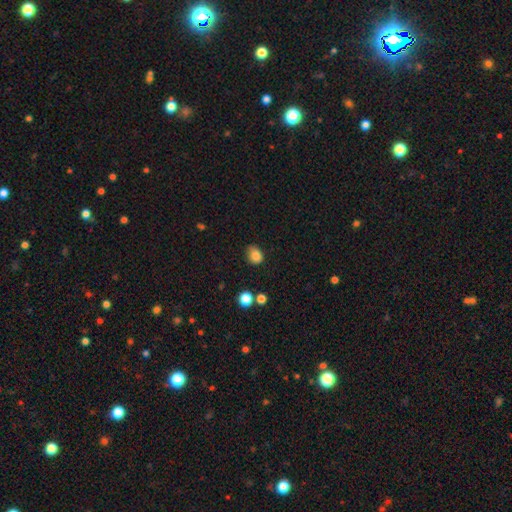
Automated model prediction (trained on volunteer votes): Morphology: type=smooth (83%); roundness=round (51%); merging=none (64%).